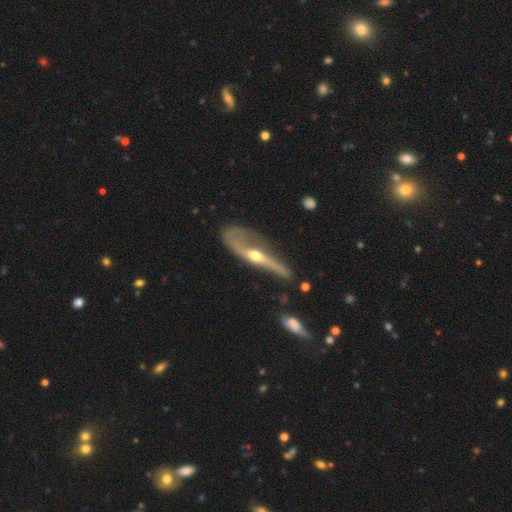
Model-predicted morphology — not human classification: smooth-or-featured: featured or disk: 74% | smooth: 21% | star or artifact: 5%
  disk-edge-on: no: 52% | yes: 48%
  merging: none: 38% | major disturbance: 30% | minor disturbance: 26% | merger: 6%